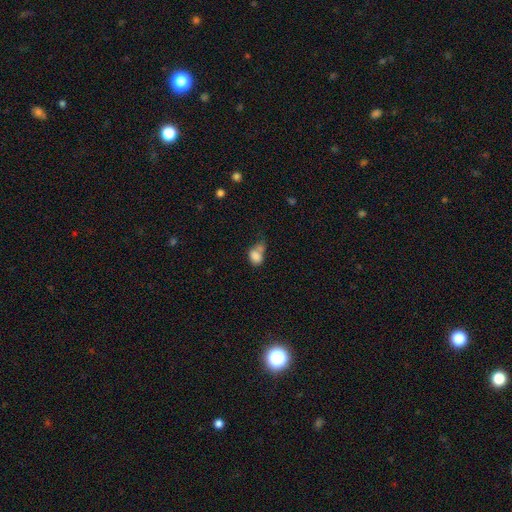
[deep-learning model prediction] Smooth or featured: smooth — 79% (star or artifact — 10%)
How rounded: in between — 68% (round — 31%)
Merging: merger — 40% (none — 26%)